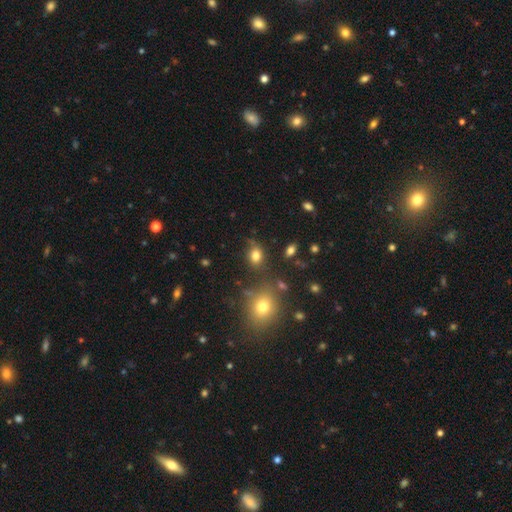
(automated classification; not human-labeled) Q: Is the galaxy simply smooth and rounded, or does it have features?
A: smooth — 79%.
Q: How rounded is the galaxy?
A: in between — 62%.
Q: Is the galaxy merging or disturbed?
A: none — 67%.